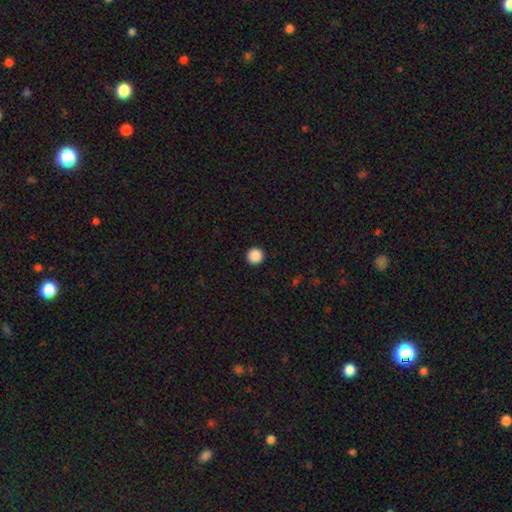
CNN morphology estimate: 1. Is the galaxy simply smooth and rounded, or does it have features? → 88% smooth, 9% star or artifact, 3% featured or disk.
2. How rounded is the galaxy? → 96% round, 3% in between, 1% cigar-shaped.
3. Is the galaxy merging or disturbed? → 94% none, 4% minor disturbance, 1% major disturbance, 1% merger.